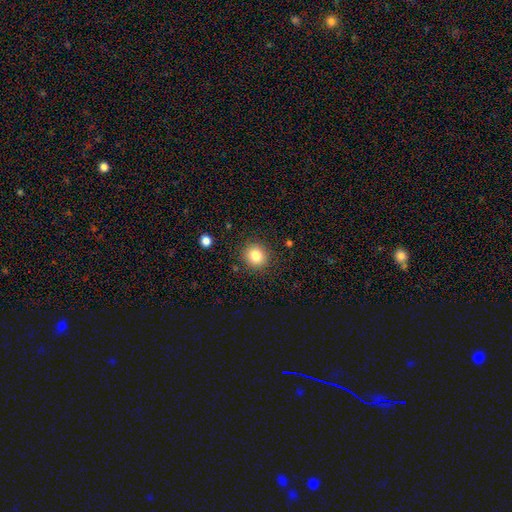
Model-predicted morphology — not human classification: The model was most divided on "smooth or featured": smooth: 83%, star or artifact: 11%, featured or disk: 7%. More confident: merging — none (89%); how rounded — round (86%).